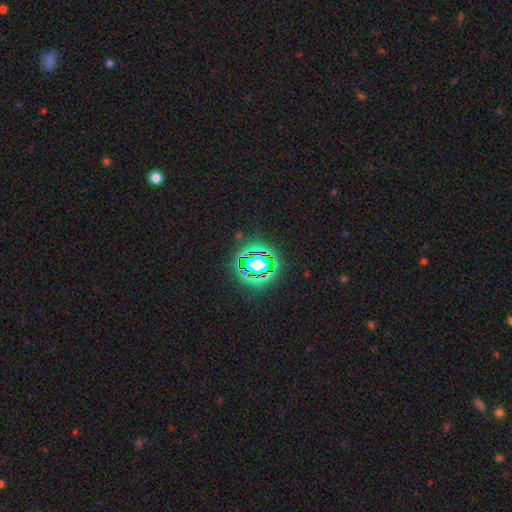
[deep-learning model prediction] smooth-or-featured: star or artifact: 78% | smooth: 14% | featured or disk: 8%